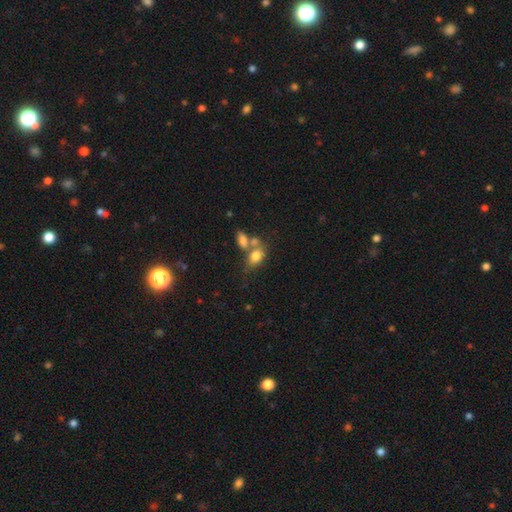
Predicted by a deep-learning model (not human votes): smooth-or-featured: smooth: 77% | featured or disk: 13% | star or artifact: 10%
  how-rounded: in between: 76% | round: 22% | cigar-shaped: 2%
  merging: merger: 44% | none: 38% | minor disturbance: 12% | major disturbance: 6%